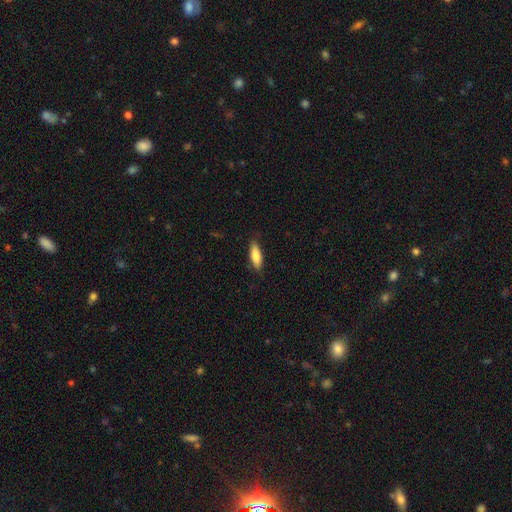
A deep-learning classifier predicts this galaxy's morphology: smooth_or_featured: smooth (p=0.81) [alt: featured or disk p=0.13]
how_rounded: in between (p=0.57) [alt: cigar-shaped p=0.41]
merging: none (p=0.83) [alt: minor disturbance p=0.14]